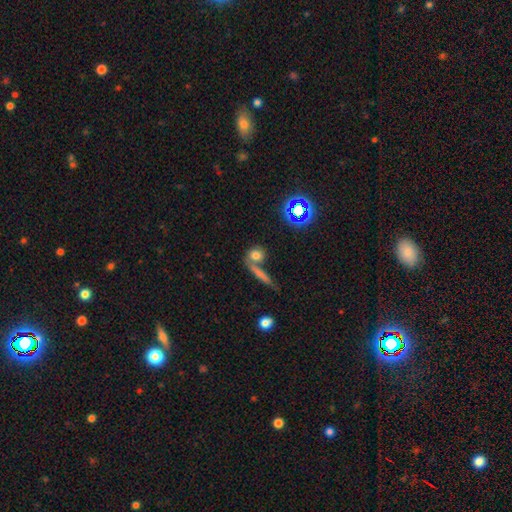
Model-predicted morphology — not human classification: smooth-or-featured: smooth: 71% | star or artifact: 15% | featured or disk: 14%
  how-rounded: round: 56% | in between: 29% | cigar-shaped: 15%
  merging: none: 57% | merger: 28% | minor disturbance: 10% | major disturbance: 5%